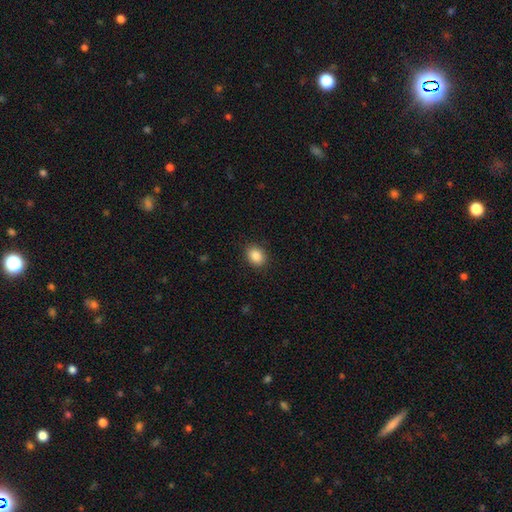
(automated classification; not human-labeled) Smooth or featured? Predicted: smooth (p=0.87). How rounded? Predicted: in between (p=0.58). Merging? Predicted: none (p=0.88).